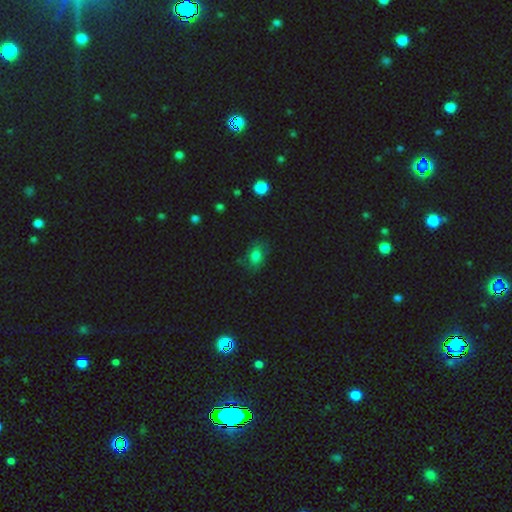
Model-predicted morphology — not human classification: Overall: smooth (63%). How rounded: in between (73%). Merging: none (66%).